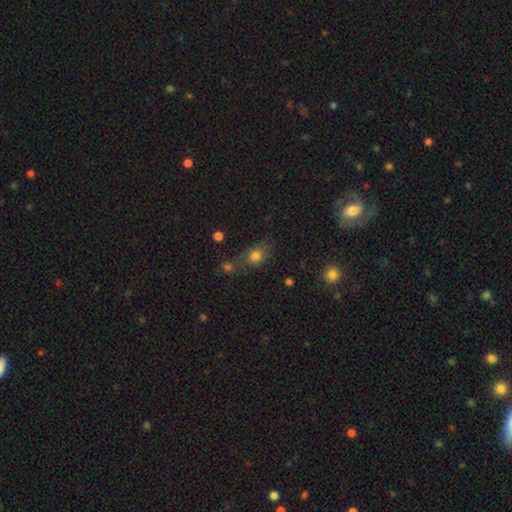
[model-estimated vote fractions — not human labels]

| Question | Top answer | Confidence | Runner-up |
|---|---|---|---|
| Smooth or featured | smooth | 75% | star or artifact (15%) |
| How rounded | in between | 53% | round (44%) |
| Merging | none | 57% | merger (18%) |